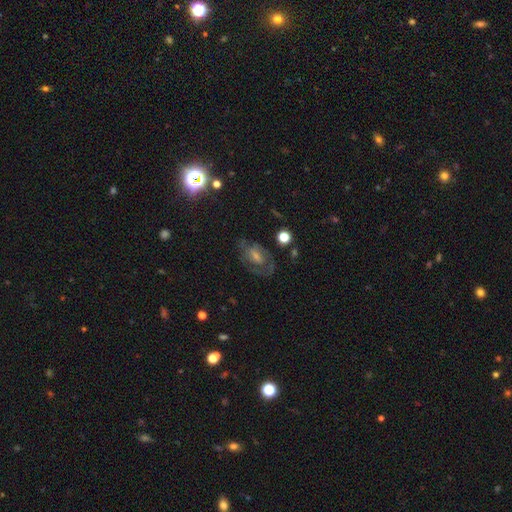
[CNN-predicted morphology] smooth_or_featured: featured or disk (p=0.62) [alt: smooth p=0.19]
disk_edge_on: no (p=0.95) [alt: yes p=0.05]
bar: no (p=0.45) [alt: weak p=0.42]
has_spiral_arms: yes (p=0.82) [alt: no p=0.18]
bulge_size: small (p=0.43) [alt: moderate p=0.39]
merging: none (p=0.70) [alt: minor disturbance p=0.17]